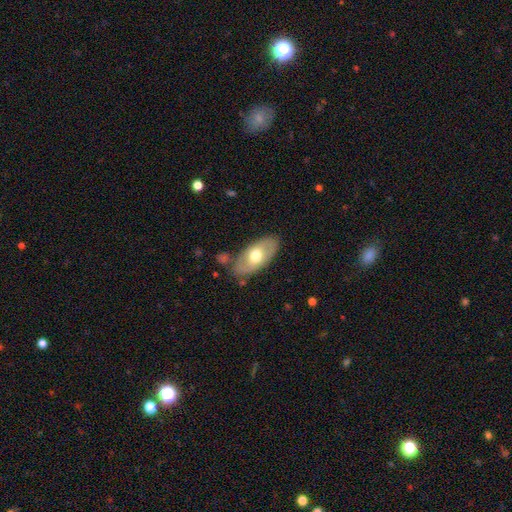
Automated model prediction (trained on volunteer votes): This appears to be a smooth galaxy with no disk features (55%) that is in between round and cigar-shaped (91%). Merging: none (77%).